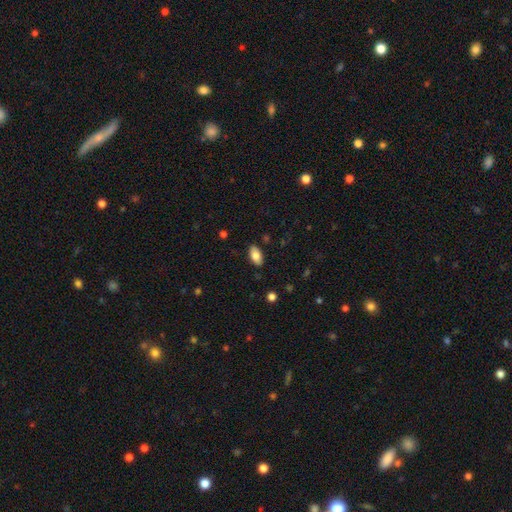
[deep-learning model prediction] This is clearly a smooth galaxy (81%). How rounded: clearly in between (94%). Merging: clearly none (87%).